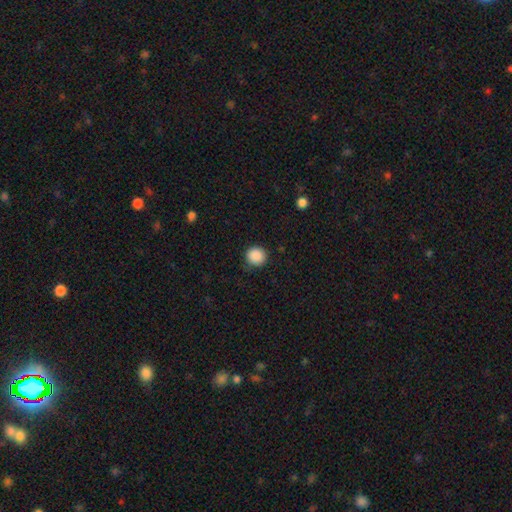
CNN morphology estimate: This appears to be a smooth galaxy with no disk features (89%) that is round (92%). Merging: none (87%).